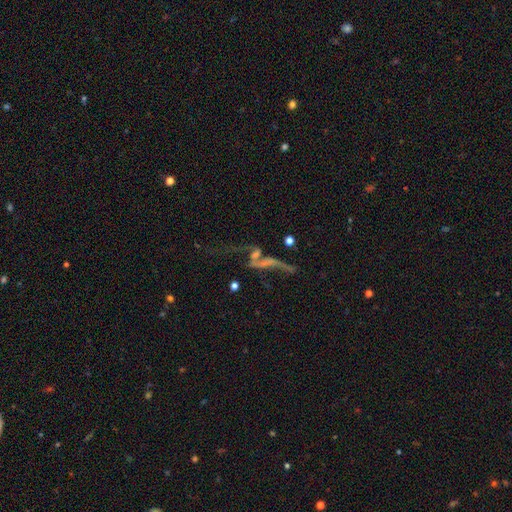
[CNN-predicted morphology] Smooth or featured? featured or disk (59%)
Edge-on disk? no (78%)
Merging? merger (35%, tied with major disturbance)